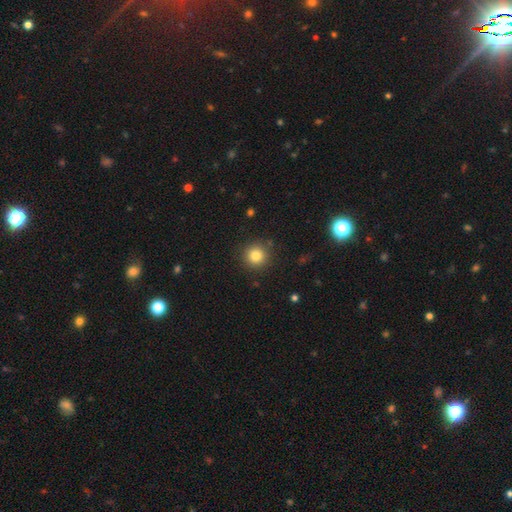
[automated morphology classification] type=smooth (82%); roundness=round (94%); merging=none (89%).